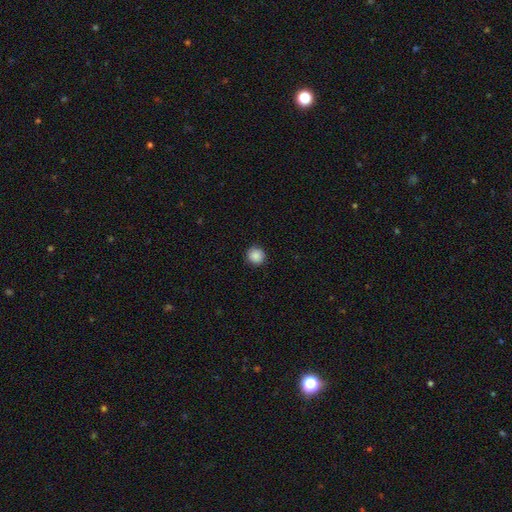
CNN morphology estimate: smooth-or-featured: smooth: 88% | star or artifact: 9% | featured or disk: 3%
  how-rounded: round: 94% | in between: 5% | cigar-shaped: 1%
  merging: none: 92% | minor disturbance: 6% | major disturbance: 2% | merger: 1%